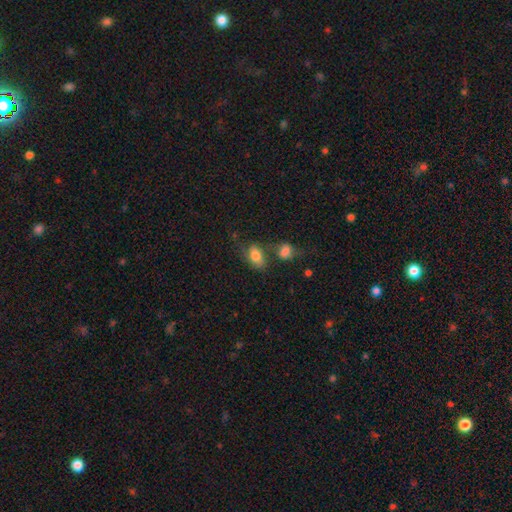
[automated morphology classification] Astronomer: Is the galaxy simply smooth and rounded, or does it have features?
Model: smooth — 75%.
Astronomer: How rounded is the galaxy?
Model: in between — 86%.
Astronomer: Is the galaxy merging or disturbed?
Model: none — 43% (runner-up: merger, 26%).